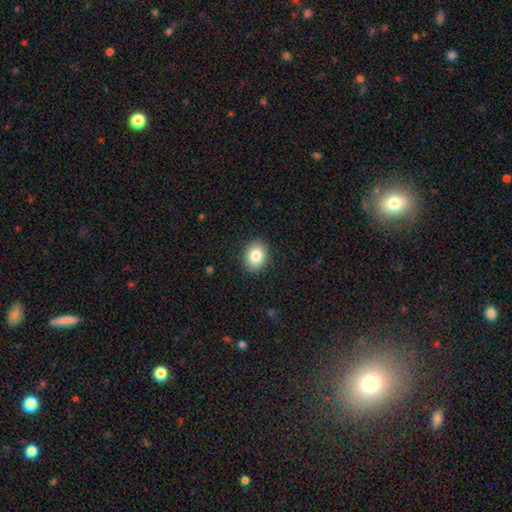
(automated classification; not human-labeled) Smooth or featured? smooth (84%)
How rounded? round (50%)
Merging? none (89%)